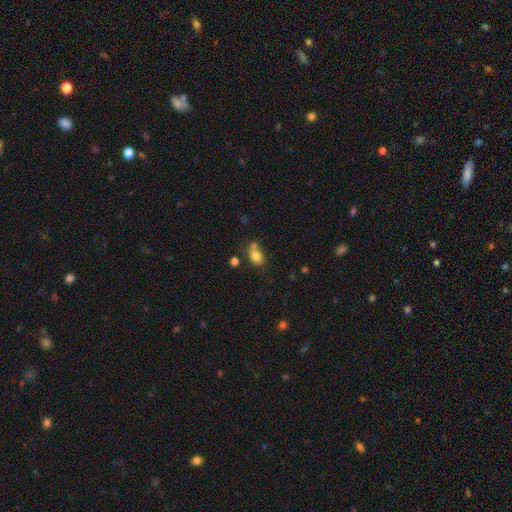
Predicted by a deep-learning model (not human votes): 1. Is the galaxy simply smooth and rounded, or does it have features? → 80% smooth, 11% star or artifact, 9% featured or disk.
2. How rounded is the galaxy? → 76% in between, 22% round, 2% cigar-shaped.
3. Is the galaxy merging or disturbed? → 51% none, 28% merger, 15% minor disturbance, 6% major disturbance.